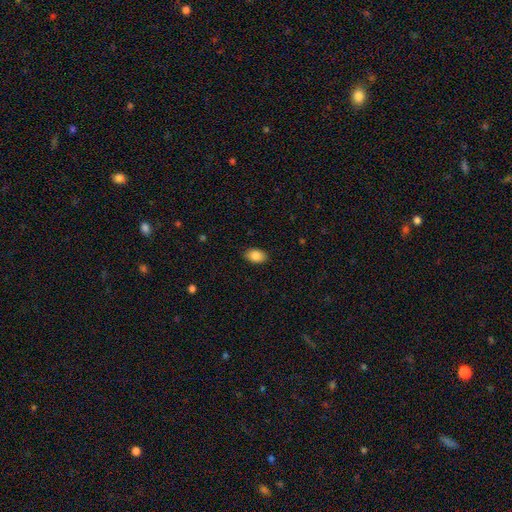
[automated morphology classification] Smooth or featured: smooth — 86% (star or artifact — 7%)
How rounded: in between — 88% (round — 11%)
Merging: none — 88% (minor disturbance — 9%)